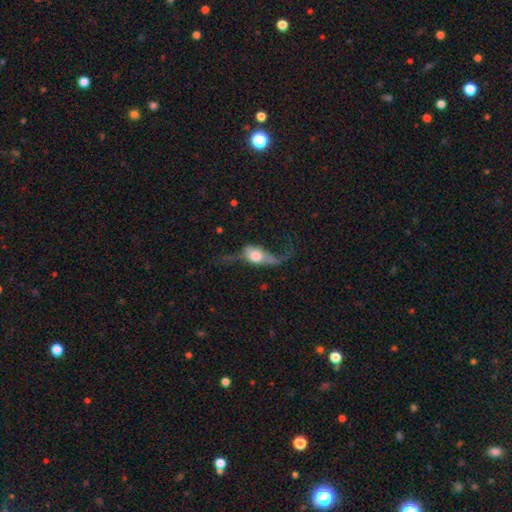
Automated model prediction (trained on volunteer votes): Q: Smooth or featured?
A: featured or disk (60%); runner-up: smooth (33%)
Q: Edge-on disk?
A: no (53%); runner-up: yes (47%)
Q: Merging?
A: major disturbance (45%); runner-up: none (30%)